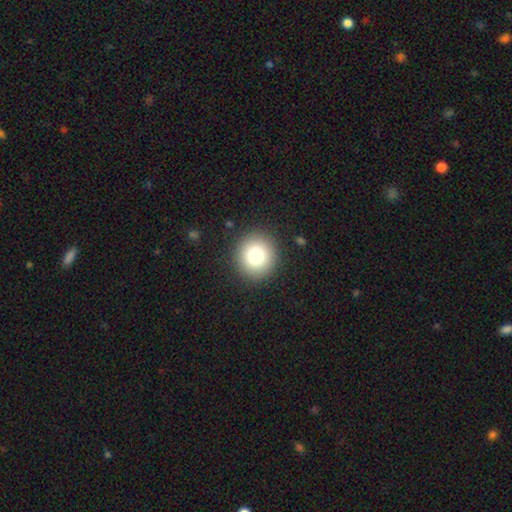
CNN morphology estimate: type=smooth (79%); roundness=round (92%); merging=none (90%).